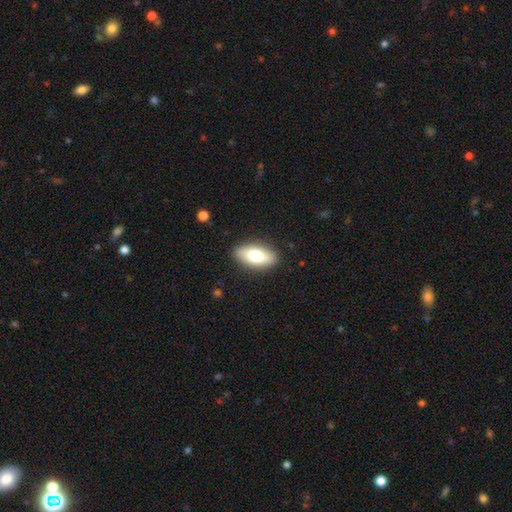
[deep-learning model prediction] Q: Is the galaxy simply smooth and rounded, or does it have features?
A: smooth — 75%.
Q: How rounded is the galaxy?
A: in between — 88%.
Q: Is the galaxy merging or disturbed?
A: none — 88%.